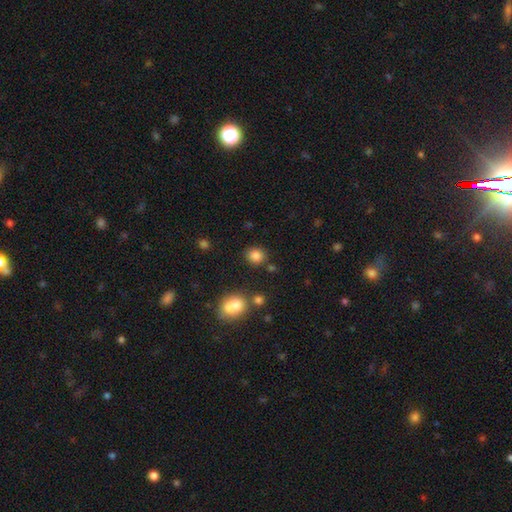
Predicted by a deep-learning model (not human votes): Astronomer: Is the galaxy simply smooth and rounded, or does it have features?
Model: smooth — 83%.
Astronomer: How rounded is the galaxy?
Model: round — 81%.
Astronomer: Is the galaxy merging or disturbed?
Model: none — 81%.